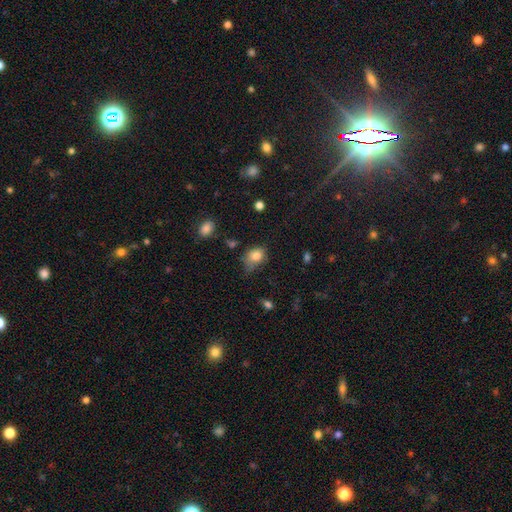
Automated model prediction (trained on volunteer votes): Smooth or featured: smooth — 81% (star or artifact — 10%)
How rounded: in between — 56% (round — 43%)
Merging: none — 42% (minor disturbance — 39%)